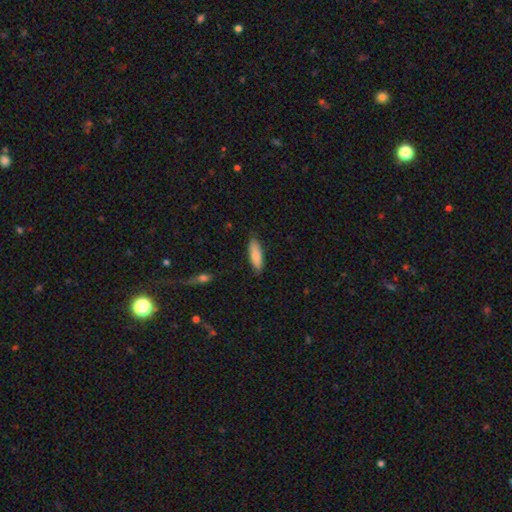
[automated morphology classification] A smooth galaxy with no disk features (83%) that is in between round and cigar-shaped (53%). Merging: none (85%).